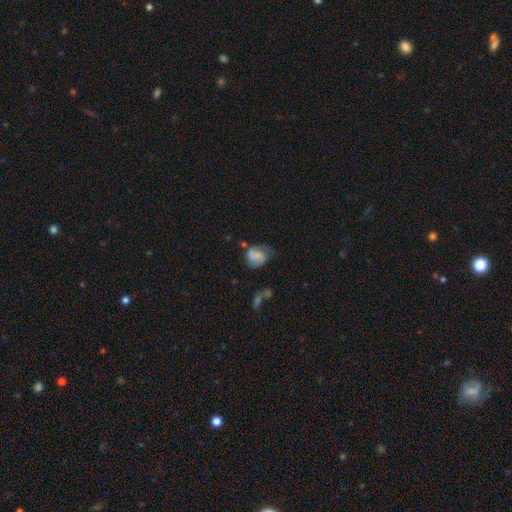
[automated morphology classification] The model was most divided on "smooth or featured": featured or disk: 46%, smooth: 44%, star or artifact: 9%. More confident: merging — none (50%).